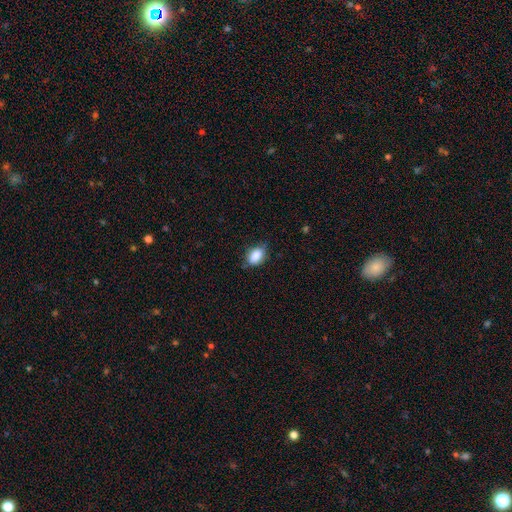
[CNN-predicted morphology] The model was most divided on "merging": none: 68%, minor disturbance: 26%, major disturbance: 5%, merger: 1%. More confident: smooth or featured — smooth (85%); how rounded — in between (80%).